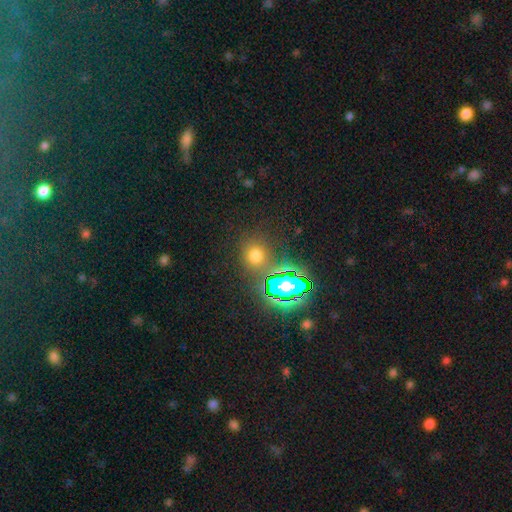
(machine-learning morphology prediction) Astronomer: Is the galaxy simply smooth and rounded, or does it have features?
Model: smooth — 61%.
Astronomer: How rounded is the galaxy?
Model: round — 80%.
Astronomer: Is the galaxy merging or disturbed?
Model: none — 79%.